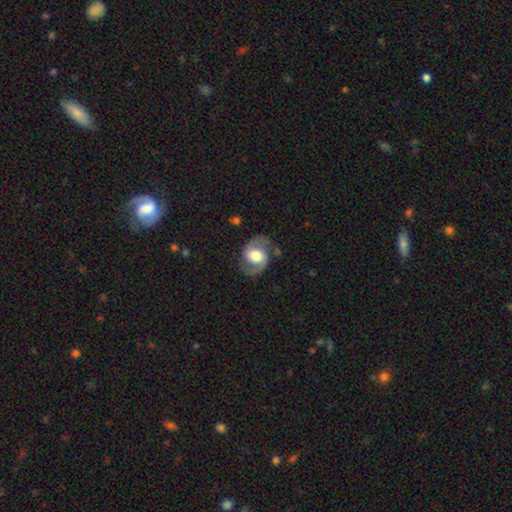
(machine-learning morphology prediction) Overall: featured or disk (76%). Edge-on disk: no (98%). Bar: no (54%; weak 34%). Spiral arms: yes (91%). Spiral arm count: 2 (92%). Spiral winding: medium (53%; loose 28%). Bulge size: moderate (54%; large 35%). Merging: none (76%).